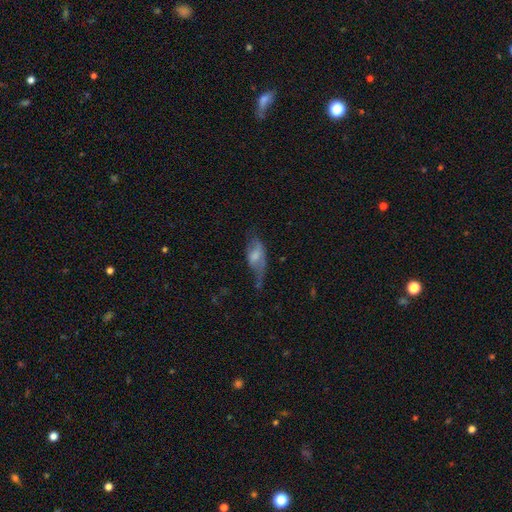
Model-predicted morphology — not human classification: This appears to be a smooth galaxy with no disk features (48%). Merging: major disturbance (34%).